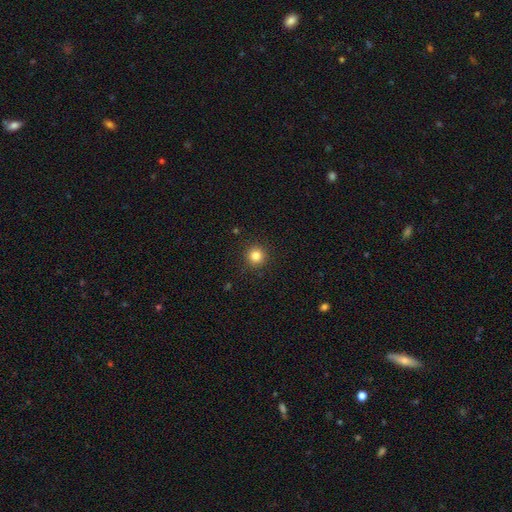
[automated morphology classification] type=smooth (83%); roundness=round (95%); merging=none (92%).